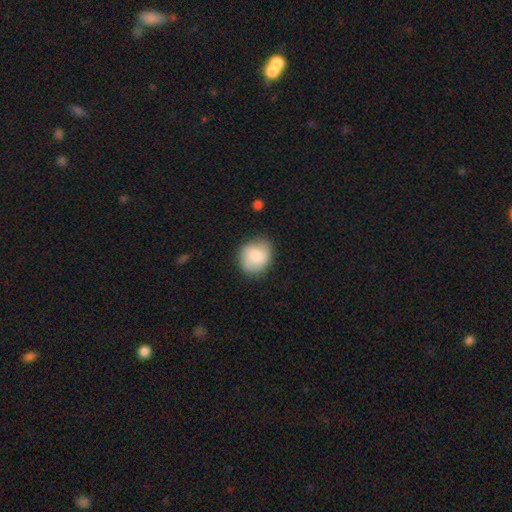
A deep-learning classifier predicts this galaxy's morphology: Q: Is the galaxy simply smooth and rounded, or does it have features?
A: smooth — 72%.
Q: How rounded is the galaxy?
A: round — 74%.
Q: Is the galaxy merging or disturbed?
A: none — 76%.